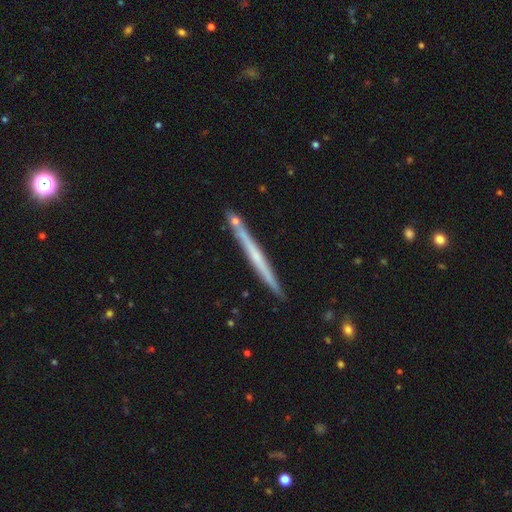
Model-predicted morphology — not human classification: A featured or disk galaxy (62%) viewed edge-on (98%) with no central bulge (72%).

Vote fractions:
- Smooth or featured? featured or disk: 62% / smooth: 32% / star or artifact: 6%
- Edge-on disk? yes: 98% / no: 2%
- Edge-on bulge? none: 72% / rounded: 23% / boxy: 5%
- Merging? none: 85% / minor disturbance: 8% / merger: 5% / major disturbance: 2%